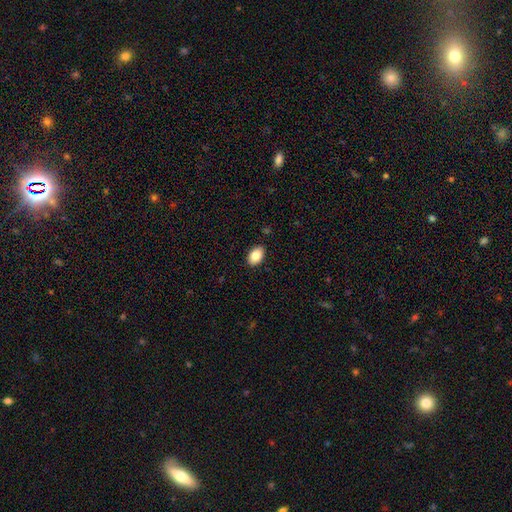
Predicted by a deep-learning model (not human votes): Morphology: type=smooth (85%); roundness=in between (86%); merging=none (89%).